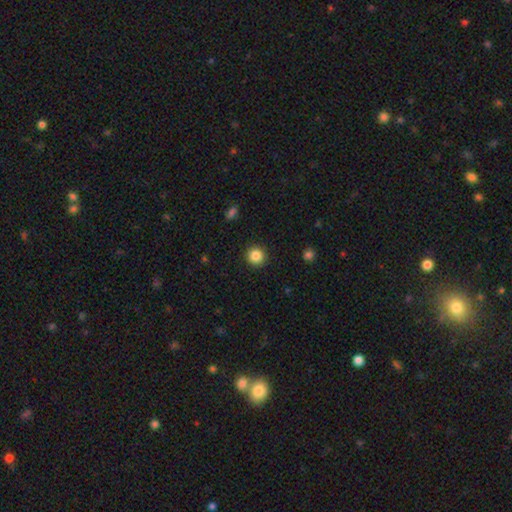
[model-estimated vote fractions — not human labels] Smooth or featured: smooth — 86% (star or artifact — 10%)
How rounded: round — 95% (in between — 4%)
Merging: none — 92% (minor disturbance — 5%)